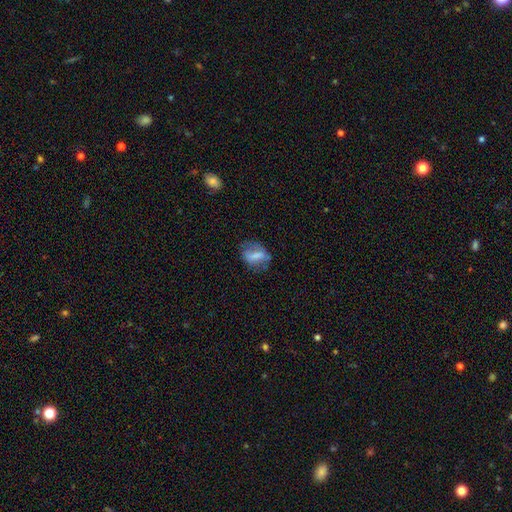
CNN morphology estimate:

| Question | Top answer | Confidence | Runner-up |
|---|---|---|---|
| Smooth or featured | smooth | 53% | featured or disk (37%) |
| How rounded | in between | 71% | round (21%) |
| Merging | none | 60% | minor disturbance (24%) |